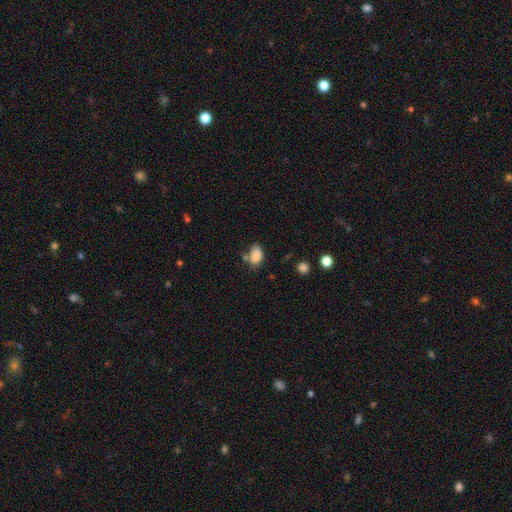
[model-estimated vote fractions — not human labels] Smooth or featured? Predicted: smooth (p=0.85). How rounded? Predicted: in between (p=0.89). Merging? Predicted: none (p=0.54).